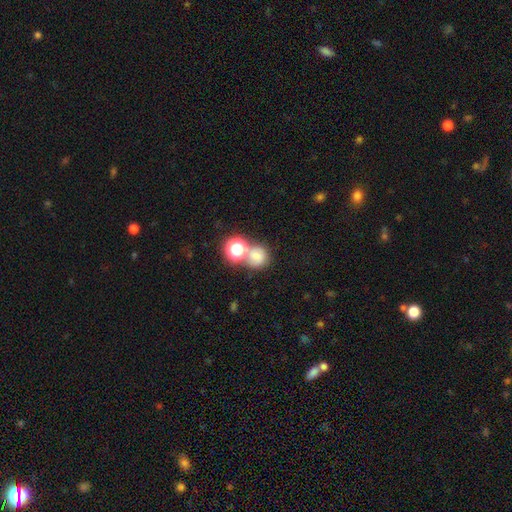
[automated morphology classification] type=smooth (69%); roundness=round (84%); merging=none (49%).